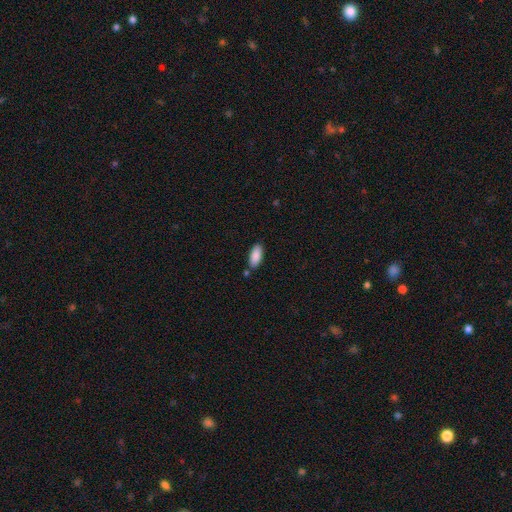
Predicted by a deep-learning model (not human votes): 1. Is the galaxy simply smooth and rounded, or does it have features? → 89% smooth, 6% star or artifact, 5% featured or disk.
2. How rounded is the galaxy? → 86% in between, 12% cigar-shaped, 2% round.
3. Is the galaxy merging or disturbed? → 79% none, 13% minor disturbance, 6% merger, 3% major disturbance.